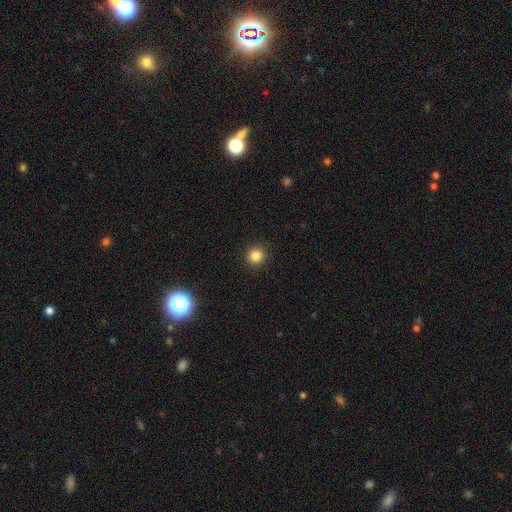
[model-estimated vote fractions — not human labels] This appears to be a smooth galaxy with no disk features (84%) that is round (92%). Merging: none (92%).